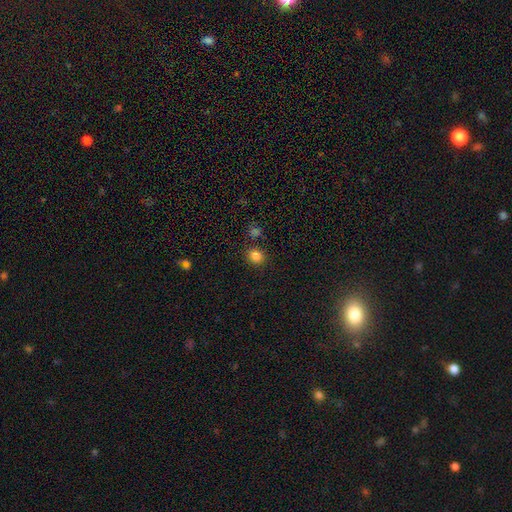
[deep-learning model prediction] A smooth galaxy with no disk features (83%) that is round (75%). Merging: none (81%).